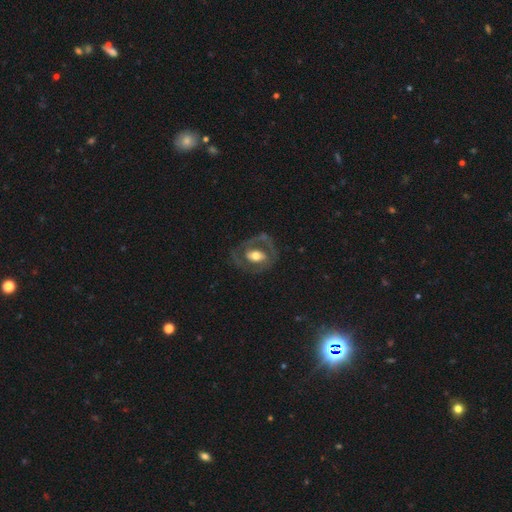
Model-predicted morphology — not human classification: type=featured or disk (70%); edge-on=no (95%); bar=no (47%); spiral arms=yes (62%); bulge=moderate (64%); merging=none (64%).